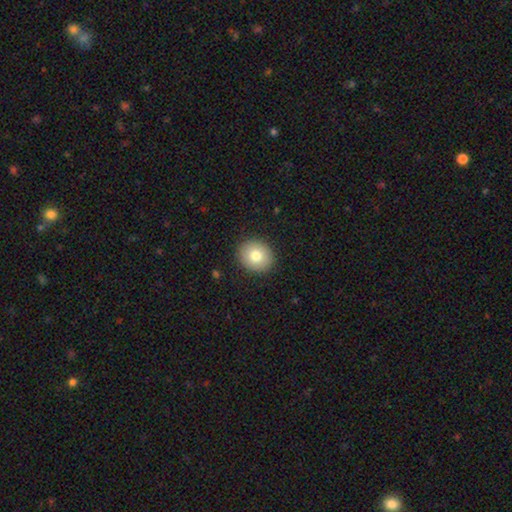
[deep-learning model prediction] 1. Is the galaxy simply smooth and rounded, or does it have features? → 78% smooth, 13% featured or disk, 9% star or artifact.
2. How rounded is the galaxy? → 77% round, 22% in between, 1% cigar-shaped.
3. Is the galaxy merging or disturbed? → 90% none, 7% minor disturbance, 2% major disturbance, 1% merger.